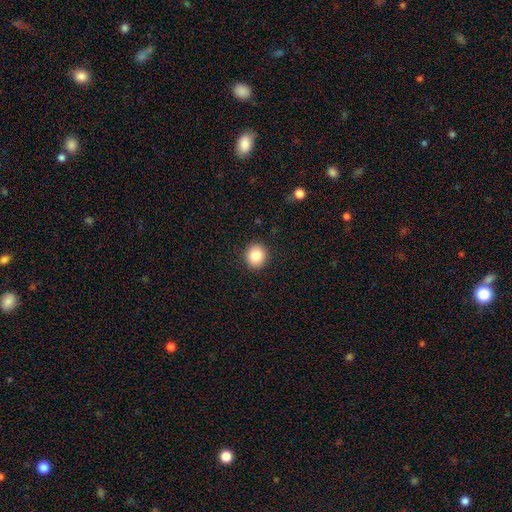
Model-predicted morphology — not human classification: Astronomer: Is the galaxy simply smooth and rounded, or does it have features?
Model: smooth — 84%.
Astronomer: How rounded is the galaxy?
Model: round — 87%.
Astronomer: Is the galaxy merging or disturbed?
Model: none — 92%.